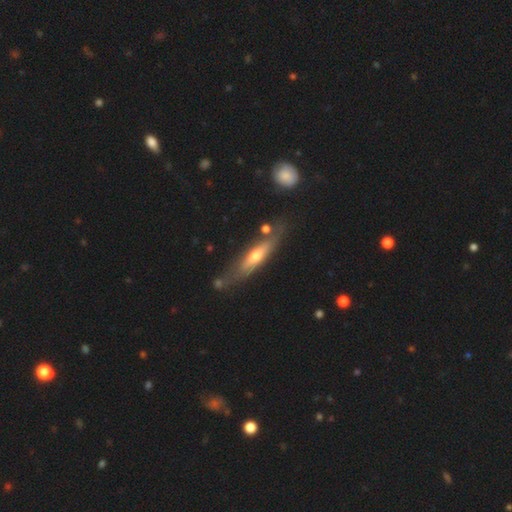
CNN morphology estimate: Q: Smooth or featured?
A: featured or disk (56%); runner-up: smooth (38%)
Q: Edge-on disk?
A: yes (74%); runner-up: no (26%)
Q: Merging?
A: none (70%); runner-up: minor disturbance (18%)